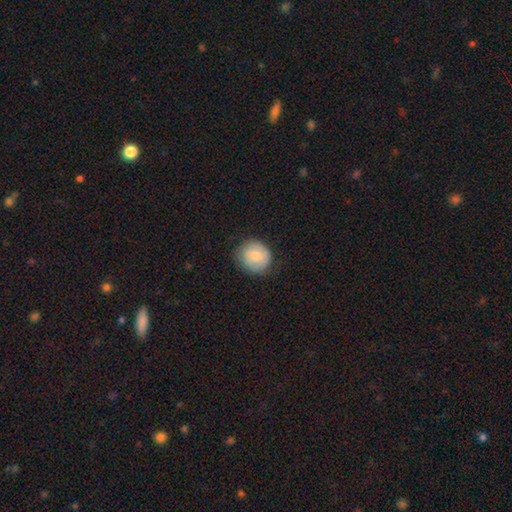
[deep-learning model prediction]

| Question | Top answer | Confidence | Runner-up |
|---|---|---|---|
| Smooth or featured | smooth | 72% | featured or disk (21%) |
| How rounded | round | 79% | in between (21%) |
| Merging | none | 76% | minor disturbance (18%) |